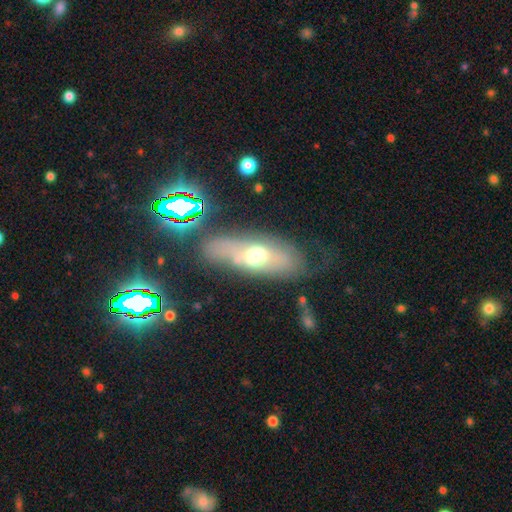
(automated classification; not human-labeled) Smooth or featured? smooth (48%)
Merging? none (62%)